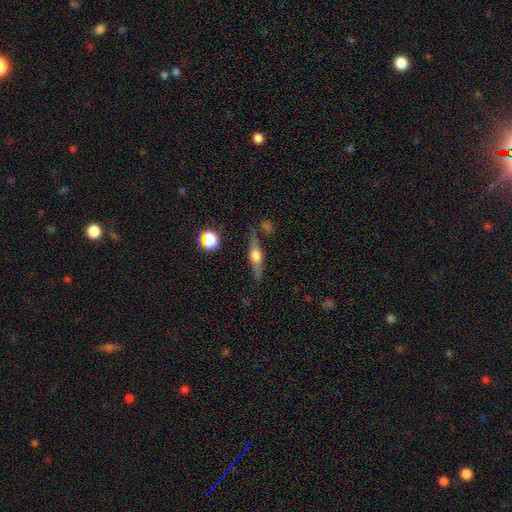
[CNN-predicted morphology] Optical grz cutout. It shows a featured or disk galaxy (63%) viewed edge-on (94%) with a rounded central bulge (90%). Merging: none (80%).